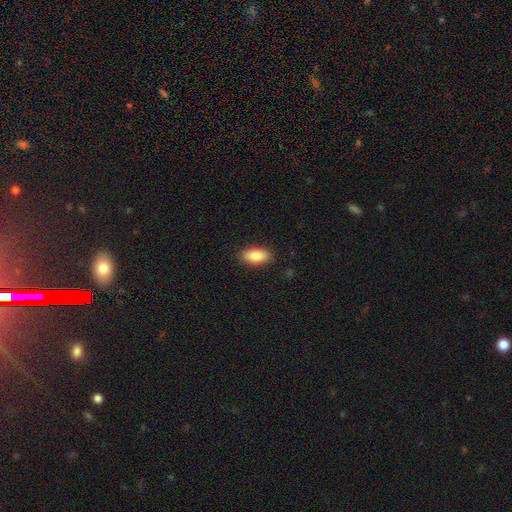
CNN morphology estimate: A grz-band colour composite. It shows a smooth galaxy with no disk features (85%) that is in between round and cigar-shaped (89%). Merging: none (88%).